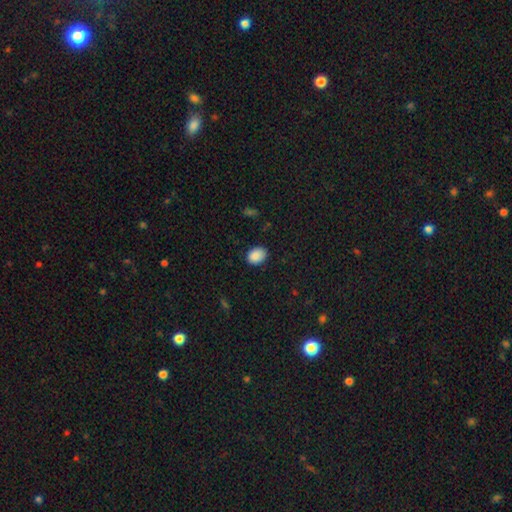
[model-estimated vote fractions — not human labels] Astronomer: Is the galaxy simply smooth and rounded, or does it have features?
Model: smooth — 89%.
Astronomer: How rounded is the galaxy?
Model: in between — 68%.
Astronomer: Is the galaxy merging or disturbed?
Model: none — 83%.